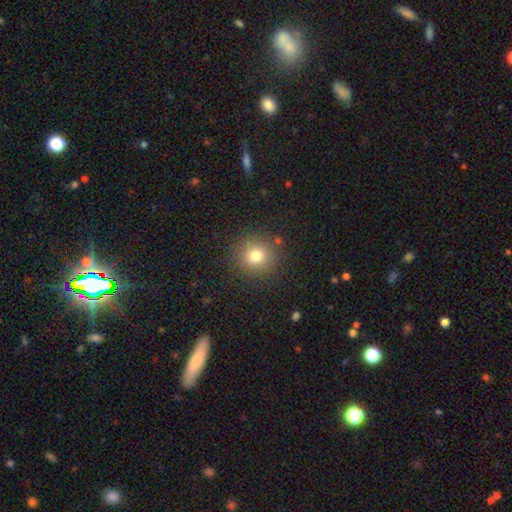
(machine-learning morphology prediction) smooth 76%, star or artifact 15%, featured or disk 8%. Down the decision tree: how rounded — round (93%); merging — none (88%).